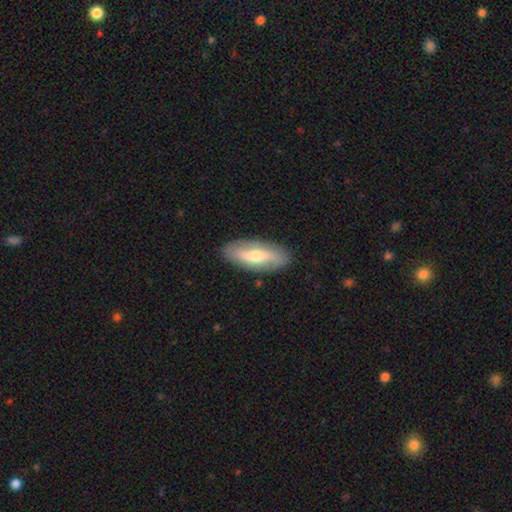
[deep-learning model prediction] smooth-or-featured: featured or disk: 59% | smooth: 35% | star or artifact: 6%
  disk-edge-on: no: 83% | yes: 17%
  merging: none: 86% | minor disturbance: 10% | major disturbance: 3% | merger: 1%